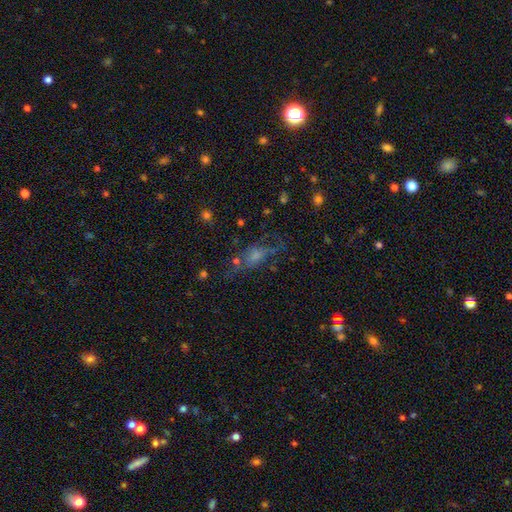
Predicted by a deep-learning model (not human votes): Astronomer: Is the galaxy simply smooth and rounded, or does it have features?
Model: smooth — 50% (runner-up: featured or disk, 31%).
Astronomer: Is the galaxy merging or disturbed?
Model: none — 46% (runner-up: major disturbance, 24%).